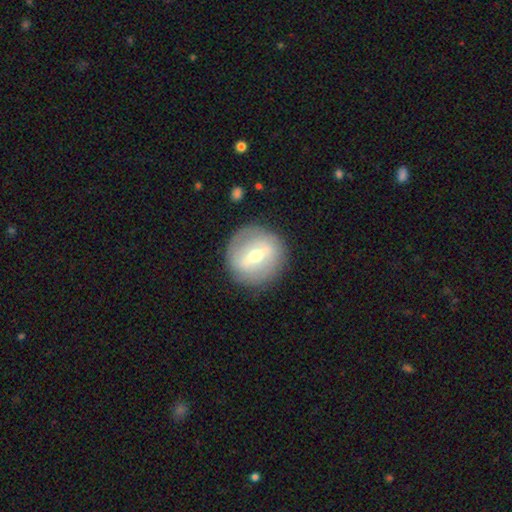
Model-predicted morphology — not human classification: Q: Smooth or featured?
A: featured or disk (63%); runner-up: smooth (30%)
Q: Edge-on disk?
A: no (88%); runner-up: yes (12%)
Q: Bar?
A: strong (55%); runner-up: weak (34%)
Q: Spiral arms?
A: no (64%); runner-up: yes (36%)
Q: Bulge size?
A: moderate (60%); runner-up: small (34%)
Q: Merging?
A: none (84%); runner-up: minor disturbance (11%)